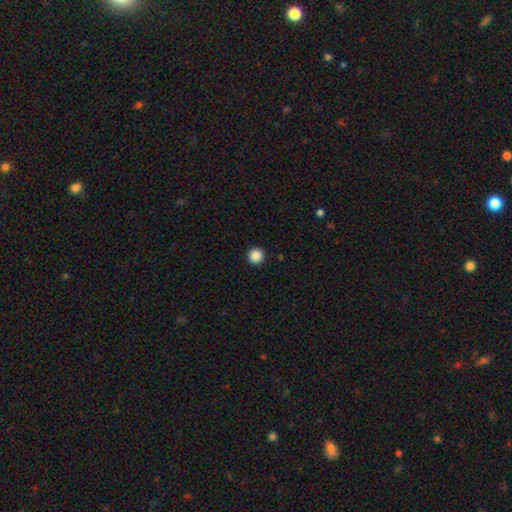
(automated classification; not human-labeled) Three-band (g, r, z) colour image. It shows a smooth galaxy with no disk features (87%) that is round (97%). Merging: none (94%).